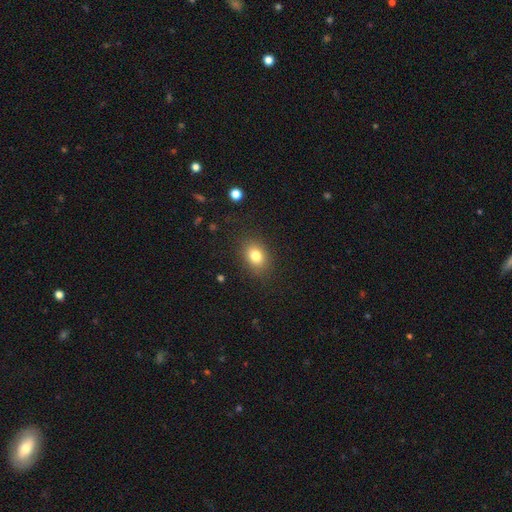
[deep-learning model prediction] Overall: smooth (80%). How rounded: in between (63%; round 36%). Merging: none (85%).